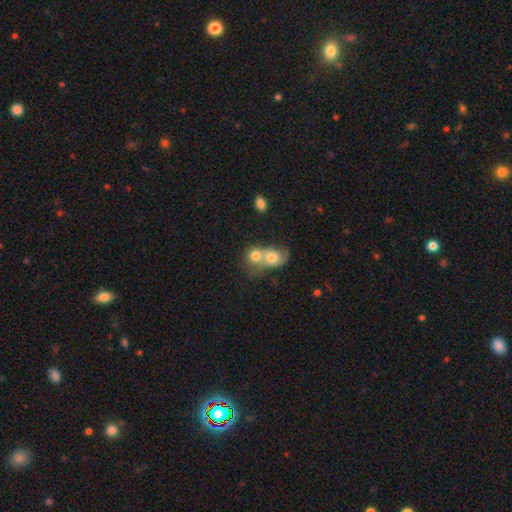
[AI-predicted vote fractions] smooth_or_featured: smooth (p=0.72) [alt: featured or disk p=0.19]
how_rounded: round (p=0.64) [alt: in between p=0.34]
merging: merger (p=0.73) [alt: none p=0.18]